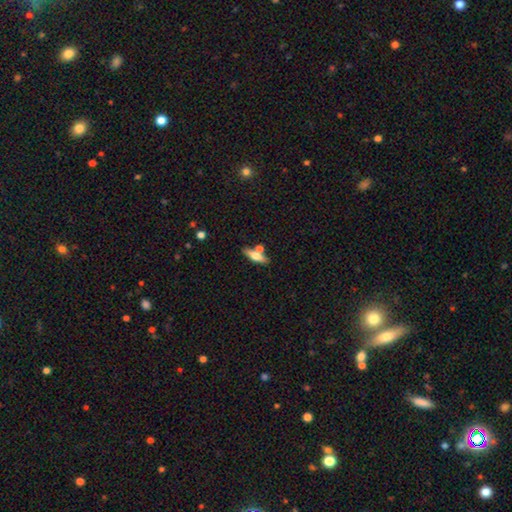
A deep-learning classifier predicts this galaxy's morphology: Overall: smooth (57%; featured or disk 36%). How rounded: cigar-shaped (58%; in between 38%). Merging: none (66%).